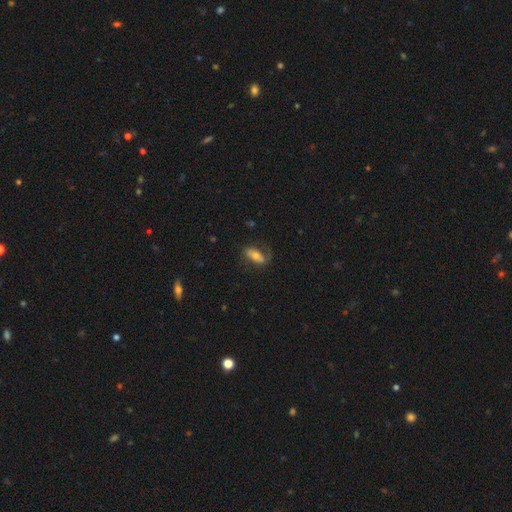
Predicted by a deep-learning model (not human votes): Q: Smooth or featured?
A: smooth (46%); tied with: featured or disk (46%)
Q: Merging?
A: none (62%); runner-up: minor disturbance (22%)